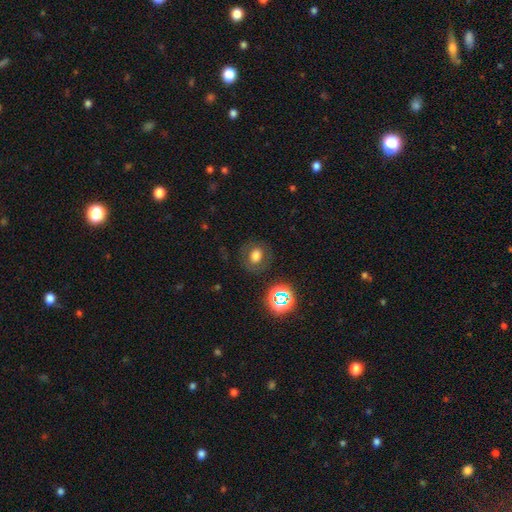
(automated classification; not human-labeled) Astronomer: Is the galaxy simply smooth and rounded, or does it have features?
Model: smooth — 62%.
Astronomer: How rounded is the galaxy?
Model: round — 58% (runner-up: in between, 41%).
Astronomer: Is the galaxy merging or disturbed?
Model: none — 79%.